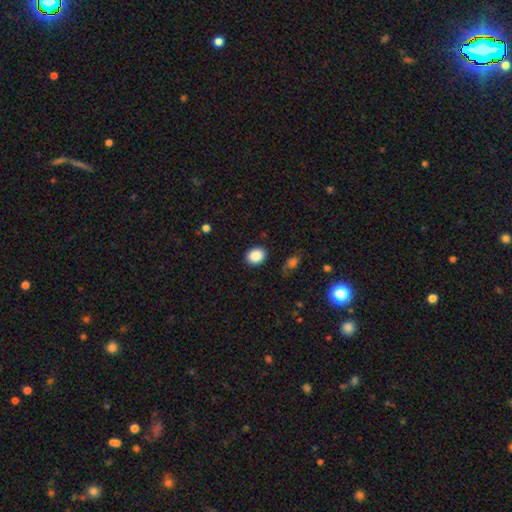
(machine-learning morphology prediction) smooth_or_featured: smooth (p=0.88) [alt: star or artifact p=0.08]
how_rounded: in between (p=0.52) [alt: round p=0.48]
merging: none (p=0.86) [alt: minor disturbance p=0.09]